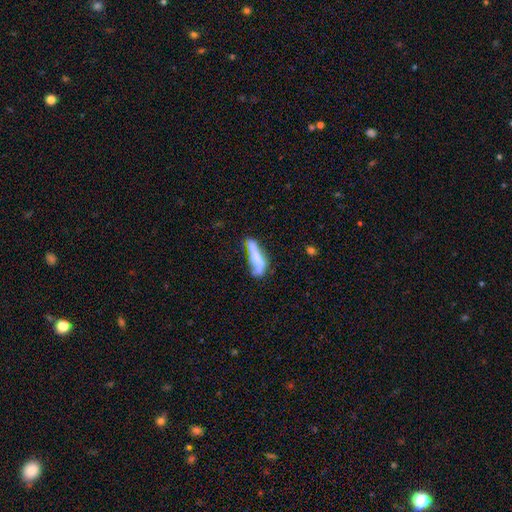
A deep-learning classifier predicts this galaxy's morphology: A smooth galaxy with no disk features (62%) that is cigar-shaped (73%). Merging: none (39%).